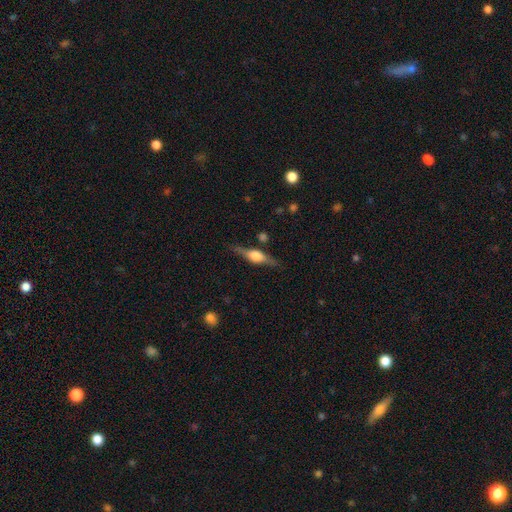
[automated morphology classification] Q: Smooth or featured?
A: featured or disk (67%); runner-up: smooth (26%)
Q: Edge-on disk?
A: yes (96%); runner-up: no (4%)
Q: Edge-on bulge?
A: rounded (85%); runner-up: boxy (13%)
Q: Merging?
A: none (82%); runner-up: minor disturbance (13%)